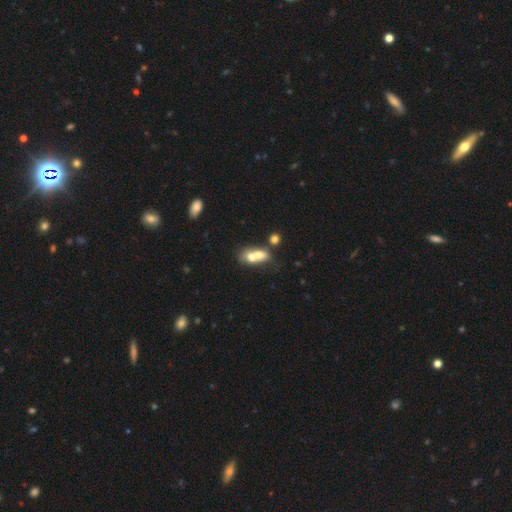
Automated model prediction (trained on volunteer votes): A smooth galaxy with no disk features (61%) that is in between round and cigar-shaped (69%). Merging: merger (71%).